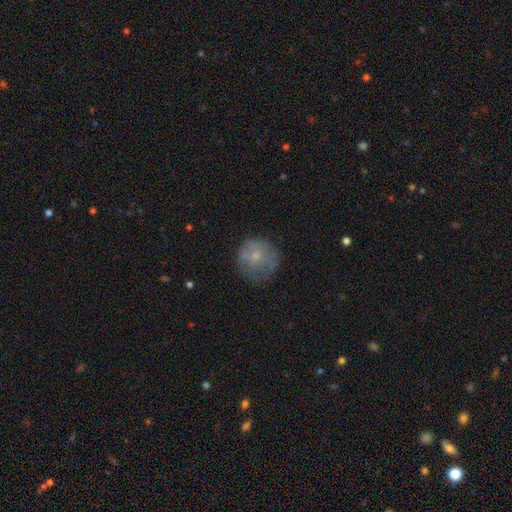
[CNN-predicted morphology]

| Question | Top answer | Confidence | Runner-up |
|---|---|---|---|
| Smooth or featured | smooth | 63% | featured or disk (28%) |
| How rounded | round | 91% | in between (8%) |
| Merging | none | 69% | minor disturbance (20%) |